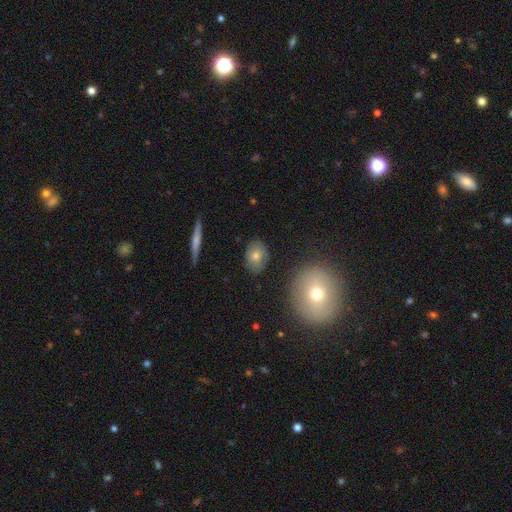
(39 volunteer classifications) A smooth galaxy with no disk features (64%) that is in between round and cigar-shaped (84%).

Vote fractions:
- Smooth or featured? smooth: 64% / featured or disk: 26% / star or artifact: 10%
- How rounded? in between: 84% / round: 16% / cigar-shaped: 0%
- Merging? none: 80% / minor disturbance: 20% / major disturbance: 0% / merger: 0%